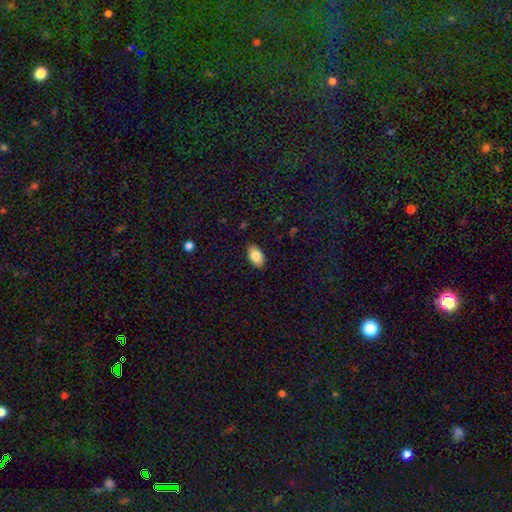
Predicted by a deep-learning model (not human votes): This is clearly a smooth galaxy (83%). How rounded: clearly in between (94%). Merging: clearly none (89%).